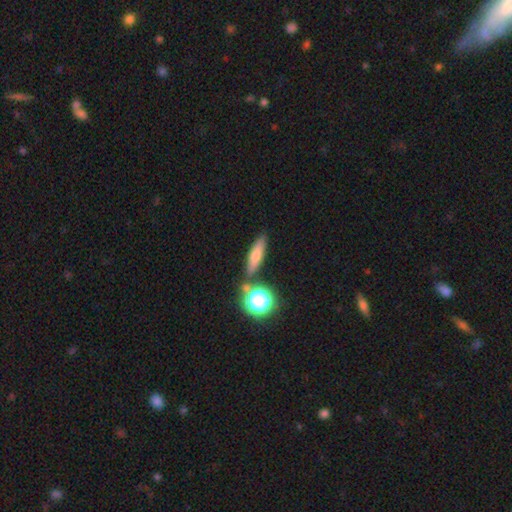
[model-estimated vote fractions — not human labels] Smooth or featured?
  - smooth: 58% *
  - featured or disk: 28%
  - star or artifact: 14%
How rounded?
  - cigar-shaped: 57% *
  - in between: 29%
  - round: 14%
Merging?
  - none: 77% *
  - minor disturbance: 10%
  - merger: 9%
  - major disturbance: 3%